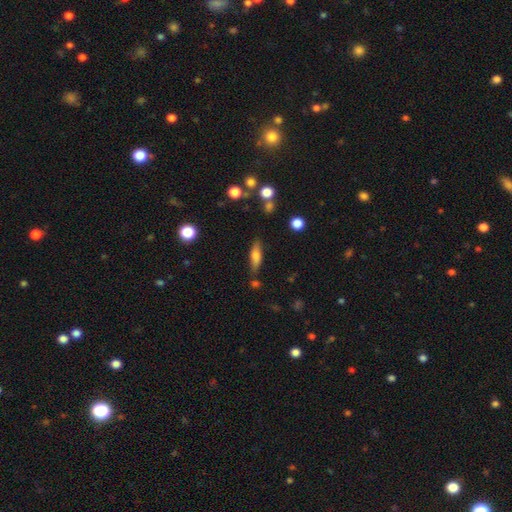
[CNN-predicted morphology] A smooth galaxy with no disk features (65%) that is cigar-shaped (52%). Merging: none (76%).